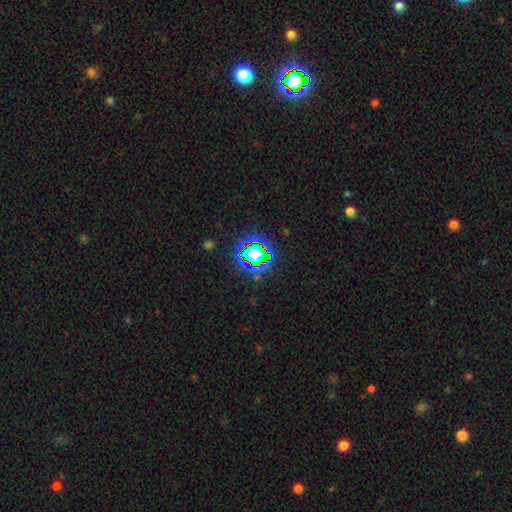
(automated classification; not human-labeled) A star or artifact, not a galaxy (71%).

Vote fractions:
- Smooth or featured? star or artifact: 71% / smooth: 17% / featured or disk: 11%